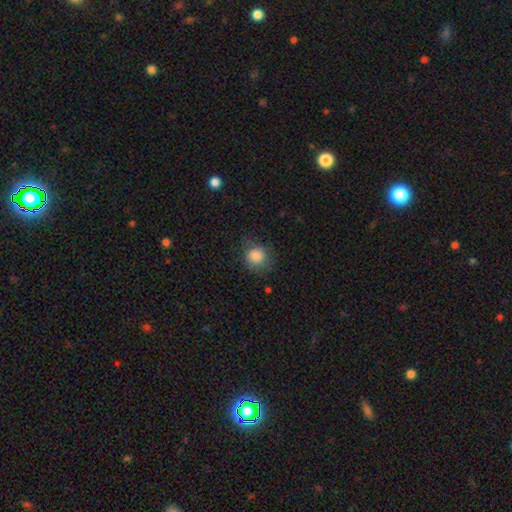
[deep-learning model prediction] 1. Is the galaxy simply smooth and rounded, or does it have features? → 85% smooth, 9% star or artifact, 6% featured or disk.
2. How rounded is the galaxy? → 81% round, 18% in between, 1% cigar-shaped.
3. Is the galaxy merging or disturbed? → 66% none, 23% minor disturbance, 10% major disturbance, 1% merger.